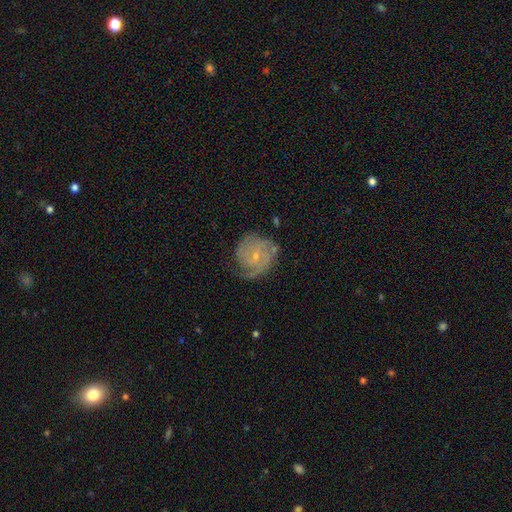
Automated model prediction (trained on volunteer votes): A featured or disk galaxy (77%) with no bar (70%), tight (62%) spiral arms (93%) and a small central bulge (76%).

Vote fractions:
- Smooth or featured? featured or disk: 77% / smooth: 16% / star or artifact: 6%
- Edge-on disk? no: 98% / yes: 2%
- Bar? no: 70% / weak: 27% / strong: 4%
- Spiral arms? yes: 93% / no: 7%
- Spiral winding? tight: 62% / medium: 29% / loose: 9%
- Spiral arm count? can't tell: 30% / 2: 26% / 3: 22% / 1: 10% / 4: 7% / more than 4: 5%
- Bulge size? small: 76% / moderate: 19% / none: 3% / large: 1% / dominant: 1%
- Merging? none: 62% / minor disturbance: 24% / major disturbance: 11% / merger: 3%